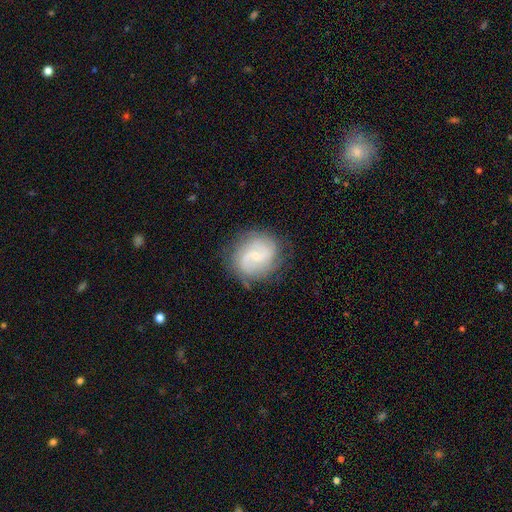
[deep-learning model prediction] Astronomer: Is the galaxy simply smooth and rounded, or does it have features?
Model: featured or disk — 75%.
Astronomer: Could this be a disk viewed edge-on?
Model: no — 98%.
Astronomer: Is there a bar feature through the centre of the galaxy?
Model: weak — 50% (runner-up: no, 39%).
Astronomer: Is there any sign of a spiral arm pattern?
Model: yes — 92%.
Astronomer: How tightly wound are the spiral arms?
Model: medium — 45% (runner-up: tight, 32%).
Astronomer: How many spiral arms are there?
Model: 2 — 68%.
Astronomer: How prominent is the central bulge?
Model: small — 72%.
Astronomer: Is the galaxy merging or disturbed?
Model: none — 80%.